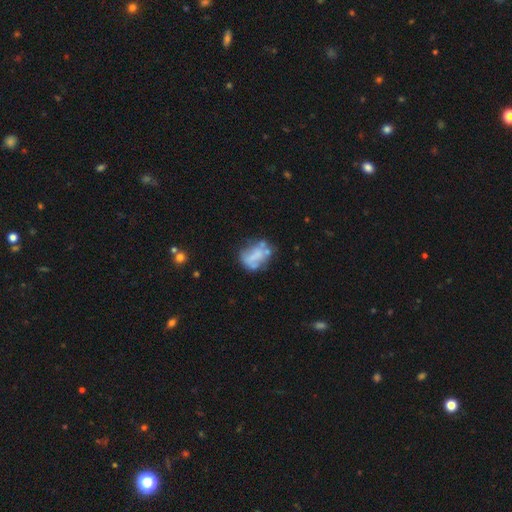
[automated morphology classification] The model was most divided on "smooth or featured": featured or disk: 47%, smooth: 43%, star or artifact: 10%. Remaining: merging — none (38%).